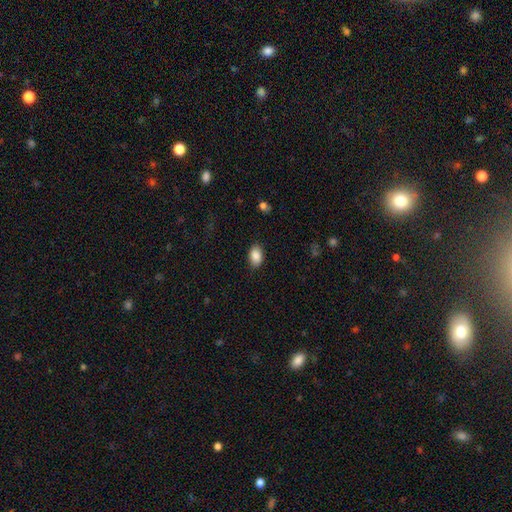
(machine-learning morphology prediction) type=smooth (88%); roundness=in between (90%); merging=none (85%).